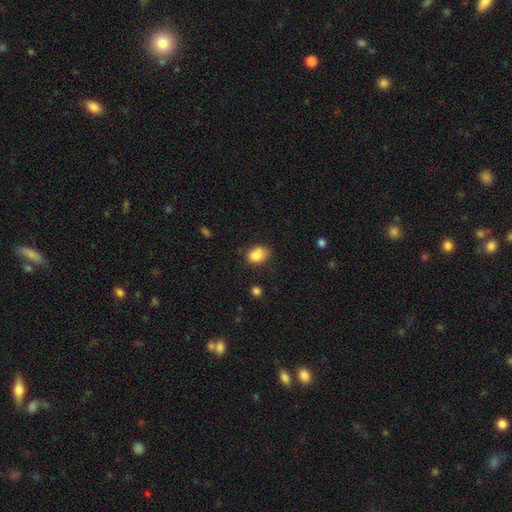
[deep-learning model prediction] smooth_or_featured: smooth (p=0.77) [alt: featured or disk p=0.13]
how_rounded: in between (p=0.65) [alt: round p=0.34]
merging: none (p=0.42) [alt: merger p=0.28]